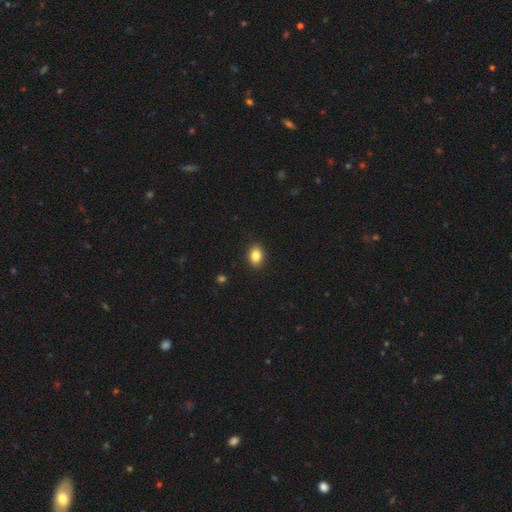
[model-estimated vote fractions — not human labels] Smooth or featured?
  - smooth: 85% *
  - star or artifact: 9%
  - featured or disk: 6%
How rounded?
  - in between: 73% *
  - round: 26%
  - cigar-shaped: 1%
Merging?
  - none: 90% *
  - minor disturbance: 7%
  - major disturbance: 2%
  - merger: 1%